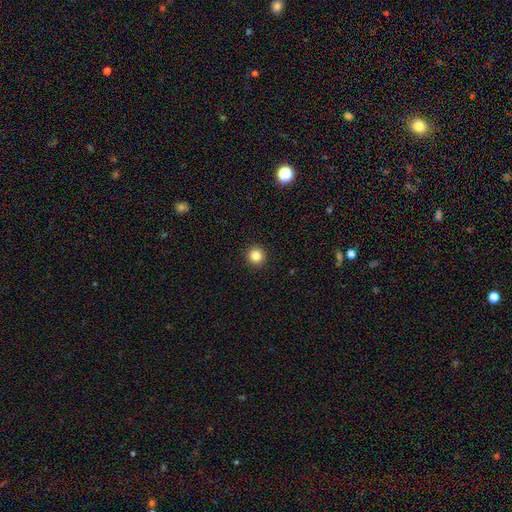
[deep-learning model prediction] This appears to be a smooth galaxy with no disk features (83%) that is round (95%). Merging: none (94%).